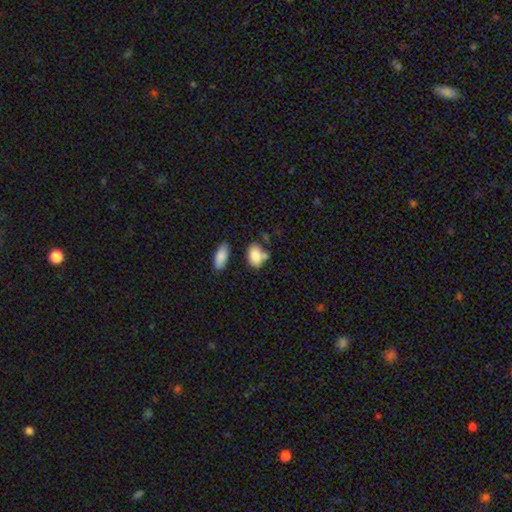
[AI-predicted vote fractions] A smooth galaxy with no disk features (83%) that is in between round and cigar-shaped (78%).

Vote fractions:
- Smooth or featured? smooth: 83% / featured or disk: 8% / star or artifact: 8%
- How rounded? in between: 78% / round: 20% / cigar-shaped: 2%
- Merging? none: 53% / merger: 21% / minor disturbance: 20% / major disturbance: 7%